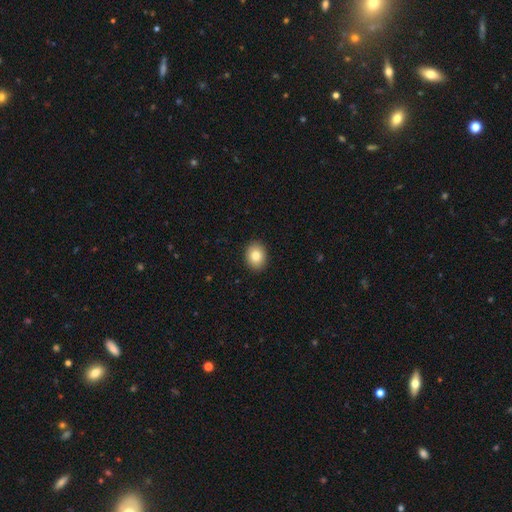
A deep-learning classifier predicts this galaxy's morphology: type=smooth (83%); roundness=in between (58%); merging=none (91%).